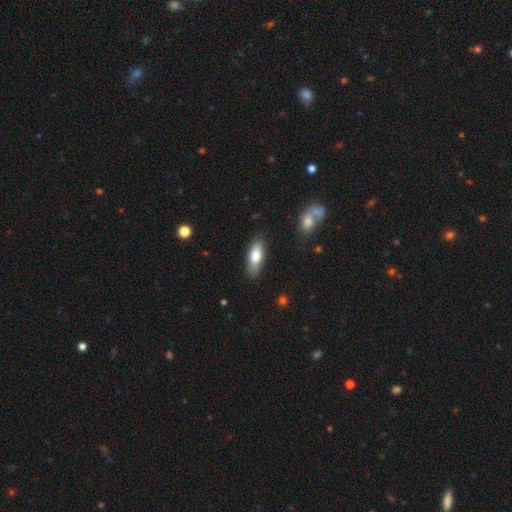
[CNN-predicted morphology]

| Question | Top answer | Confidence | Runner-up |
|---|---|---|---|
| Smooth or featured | smooth | 75% | featured or disk (19%) |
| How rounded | in between | 70% | cigar-shaped (28%) |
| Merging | none | 83% | minor disturbance (13%) |